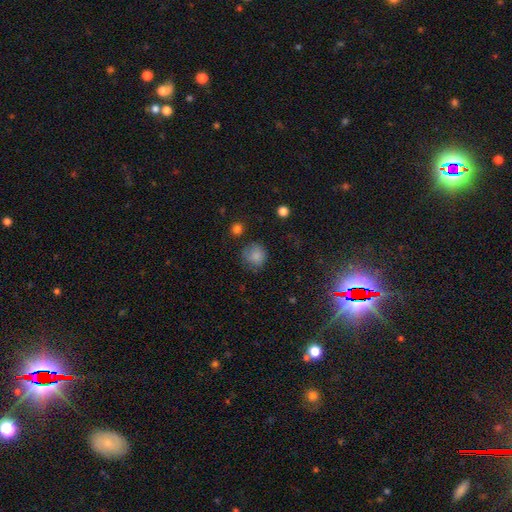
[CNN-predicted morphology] A smooth galaxy with no disk features (82%) that is round (87%).

Vote fractions:
- Smooth or featured? smooth: 82% / star or artifact: 11% / featured or disk: 7%
- How rounded? round: 87% / in between: 12% / cigar-shaped: 1%
- Merging? none: 69% / minor disturbance: 21% / major disturbance: 7% / merger: 3%